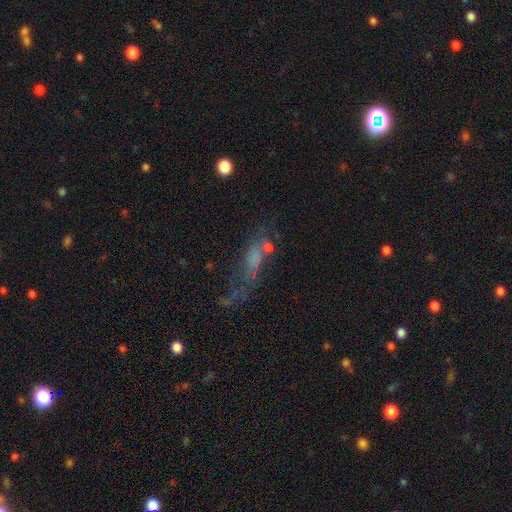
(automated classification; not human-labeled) Smooth or featured: featured or disk — 40% (smooth — 39%)
Merging: major disturbance — 36% (none — 33%)